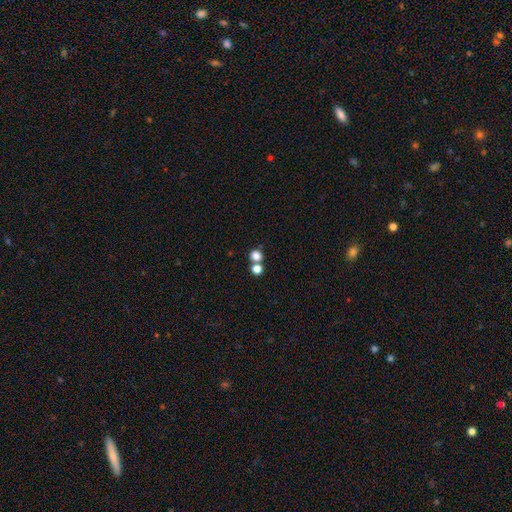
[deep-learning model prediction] Smooth or featured? smooth (79%)
How rounded? round (85%)
Merging? none (58%)